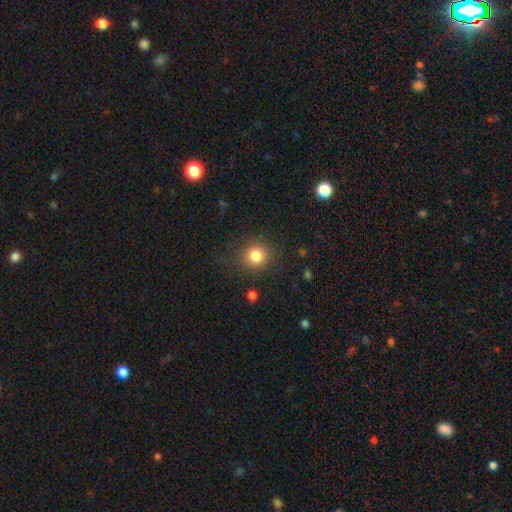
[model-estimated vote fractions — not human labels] This appears to be a smooth galaxy with no disk features (83%) that is round (89%). Merging: none (84%).